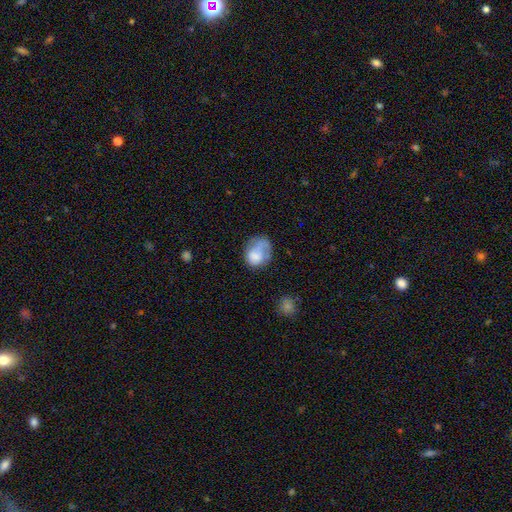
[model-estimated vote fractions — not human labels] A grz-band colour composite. It shows a smooth galaxy with no disk features (64%) that is in between round and cigar-shaped (58%). Merging: none (39%).